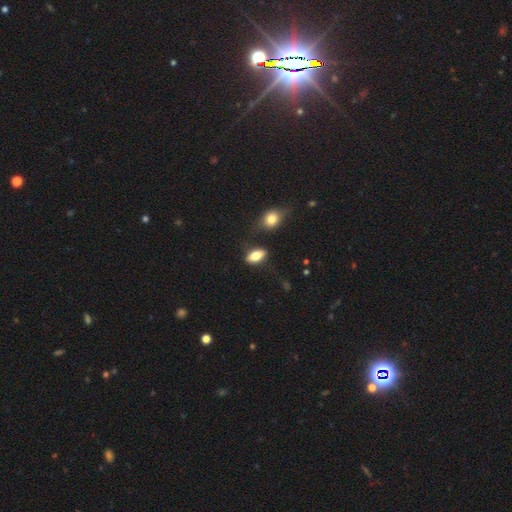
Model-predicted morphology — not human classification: Smooth or featured?
  - smooth: 75% *
  - featured or disk: 17%
  - star or artifact: 8%
How rounded?
  - in between: 86% *
  - round: 7%
  - cigar-shaped: 7%
Merging?
  - none: 77% *
  - minor disturbance: 13%
  - merger: 5%
  - major disturbance: 4%